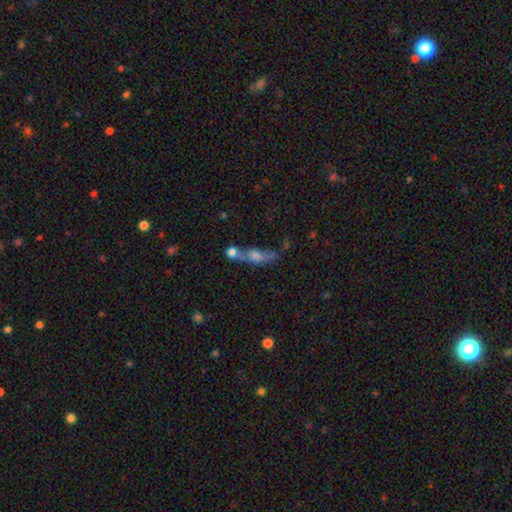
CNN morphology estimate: Smooth or featured? featured or disk (42%, tied with smooth)
Merging? none (39%)